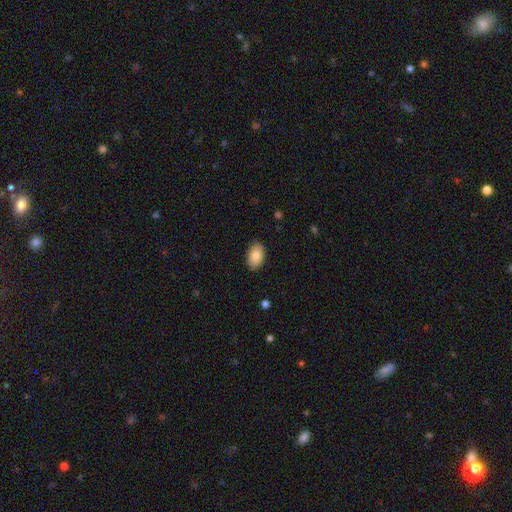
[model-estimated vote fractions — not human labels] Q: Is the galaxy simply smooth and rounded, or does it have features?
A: smooth — 83%.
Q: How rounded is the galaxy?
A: in between — 92%.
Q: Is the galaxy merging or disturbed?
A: none — 88%.